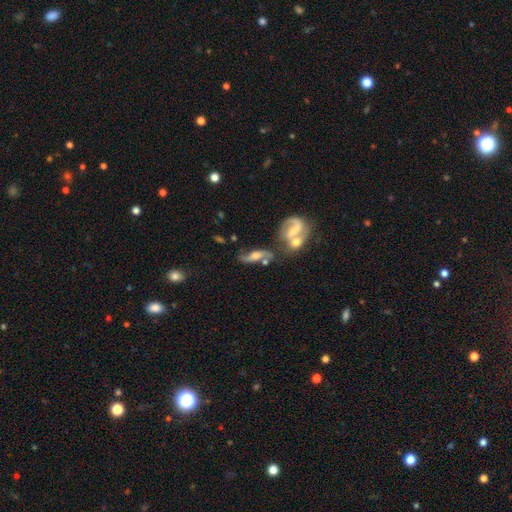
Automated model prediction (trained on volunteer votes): Smooth or featured: featured or disk — 70% (smooth — 22%)
Edge-on disk: no — 84% (yes — 16%)
Bar: no — 48% (weak — 36%)
Spiral arms: yes — 89% (no — 11%)
Spiral winding: loose — 63% (medium — 28%)
Spiral arm count: 2 — 86% (1 — 6%)
Bulge size: moderate — 50% (small — 23%)
Merging: none — 46% (merger — 25%)